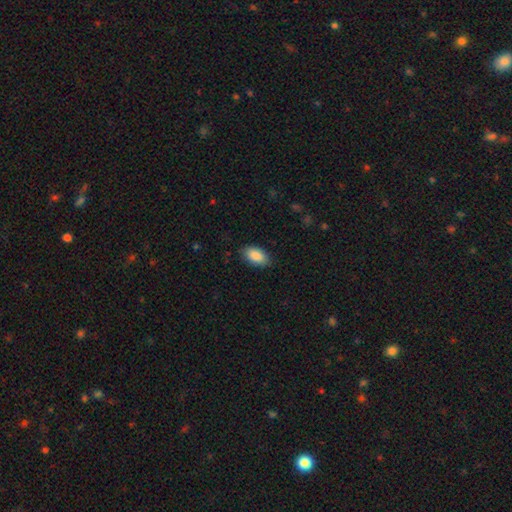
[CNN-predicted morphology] smooth_or_featured: smooth (p=0.89) [alt: star or artifact p=0.06]
how_rounded: in between (p=0.94) [alt: round p=0.04]
merging: none (p=0.85) [alt: minor disturbance p=0.11]